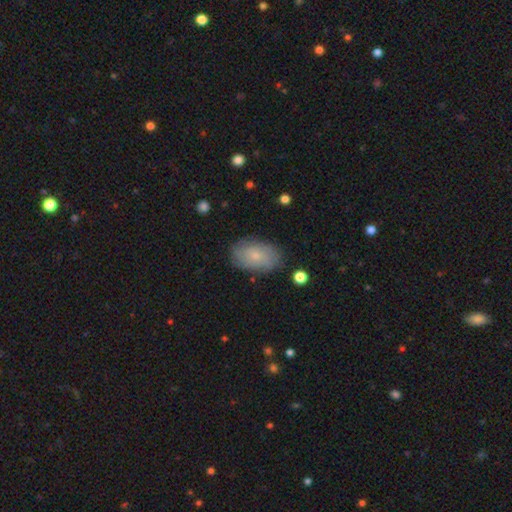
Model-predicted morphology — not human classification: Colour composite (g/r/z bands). It shows a smooth galaxy with no disk features (66%) that is in between round and cigar-shaped (91%). Merging: none (81%).